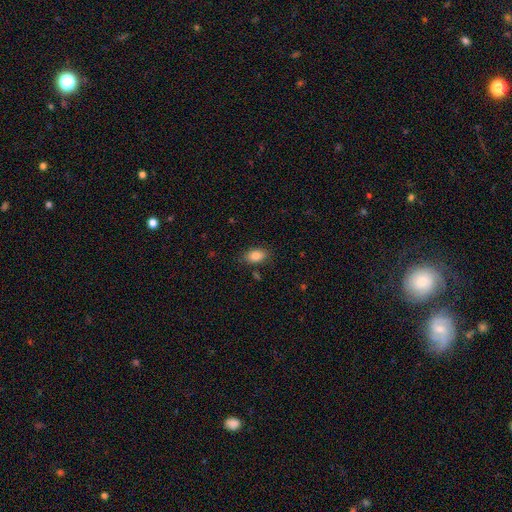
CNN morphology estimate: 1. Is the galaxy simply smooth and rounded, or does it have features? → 85% smooth, 8% star or artifact, 7% featured or disk.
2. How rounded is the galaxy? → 88% in between, 10% round, 2% cigar-shaped.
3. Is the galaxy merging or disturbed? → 83% none, 12% minor disturbance, 3% major disturbance, 2% merger.